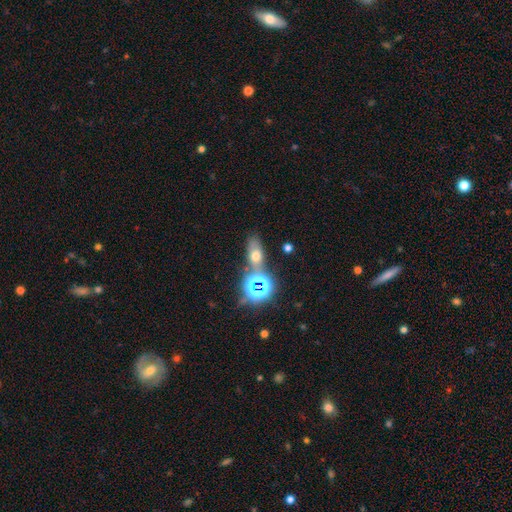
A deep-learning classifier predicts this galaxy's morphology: Smooth or featured: smooth — 49% (star or artifact — 32%)
Merging: none — 59% (merger — 19%)